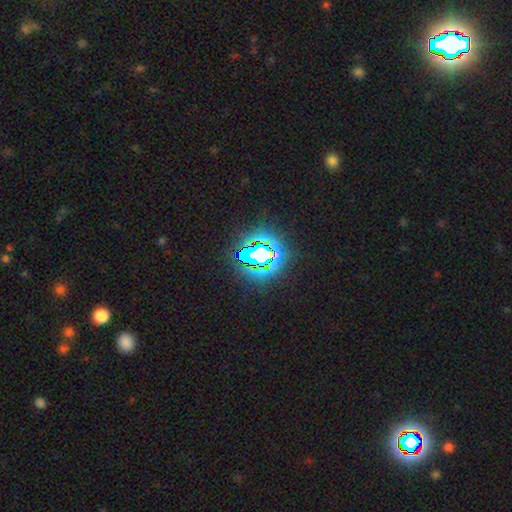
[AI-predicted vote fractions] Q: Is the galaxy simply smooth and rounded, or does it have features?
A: star or artifact — 79%.